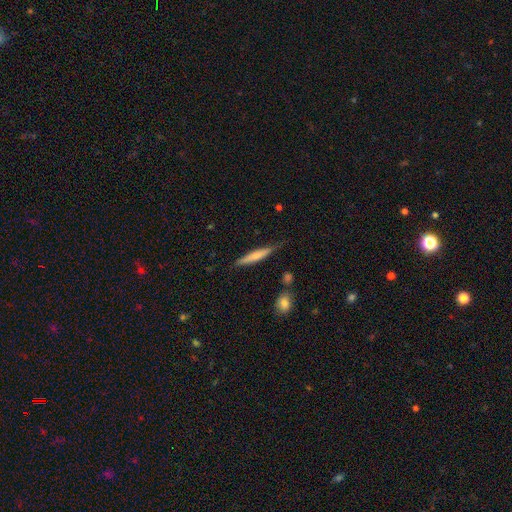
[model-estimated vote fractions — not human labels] smooth_or_featured: smooth (p=0.57) [alt: featured or disk p=0.37]
how_rounded: cigar-shaped (p=0.91) [alt: in between p=0.08]
merging: none (p=0.77) [alt: minor disturbance p=0.17]